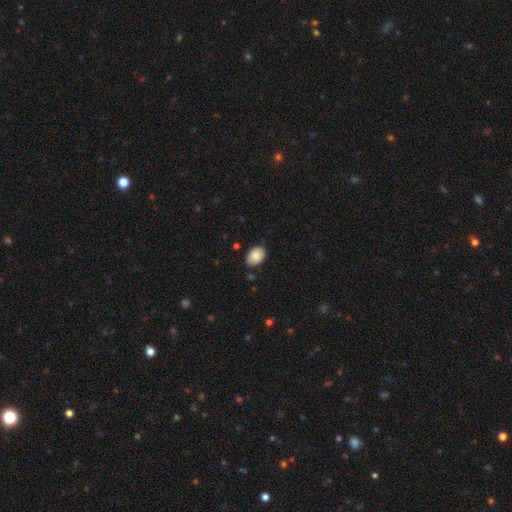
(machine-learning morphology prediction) Smooth or featured: smooth — 87% (star or artifact — 7%)
How rounded: in between — 81% (round — 18%)
Merging: none — 84% (minor disturbance — 12%)